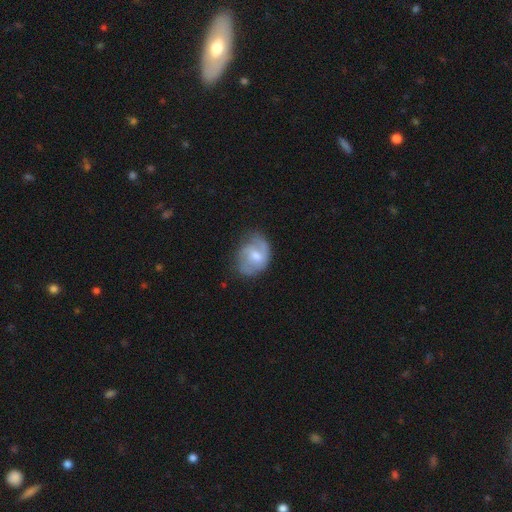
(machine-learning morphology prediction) featured or disk 55%, smooth 39%, star or artifact 6%. Down the decision tree: edge-on disk — no (97%); bar — weak (49%); spiral arms — yes (76%); bulge size — moderate (56%); merging — none (51%).